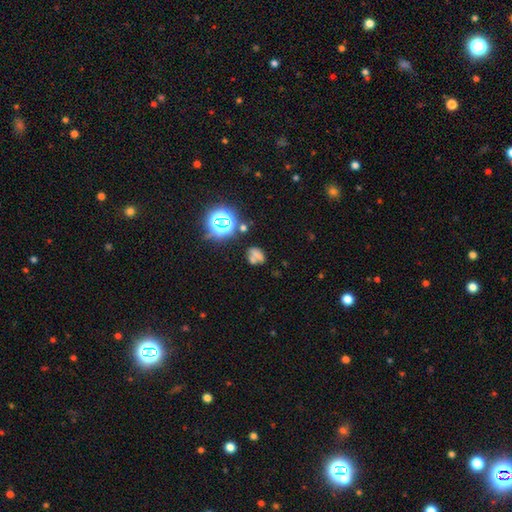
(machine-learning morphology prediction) type=smooth (54%); roundness=in between (63%); merging=none (41%).